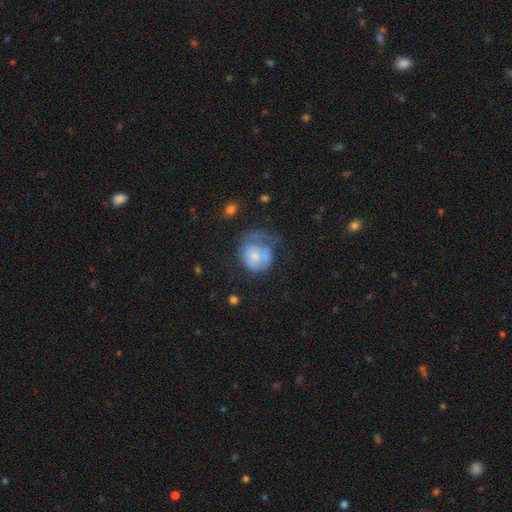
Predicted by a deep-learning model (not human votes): Q: Smooth or featured?
A: smooth (56%); runner-up: featured or disk (36%)
Q: How rounded?
A: round (74%); runner-up: in between (25%)
Q: Merging?
A: major disturbance (41%); runner-up: none (28%)